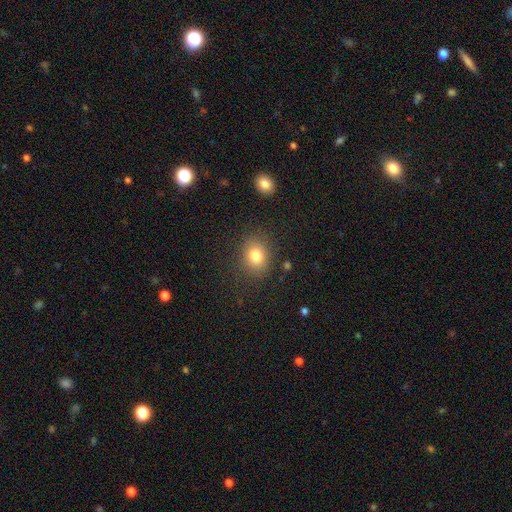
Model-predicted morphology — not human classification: Smooth or featured: smooth — 80% (star or artifact — 11%)
How rounded: round — 56% (in between — 43%)
Merging: none — 83% (minor disturbance — 11%)